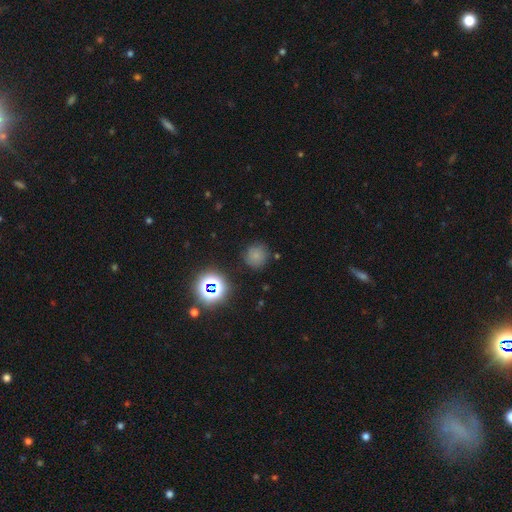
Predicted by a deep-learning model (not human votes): Overall: smooth (68%). How rounded: round (92%). Merging: none (81%).